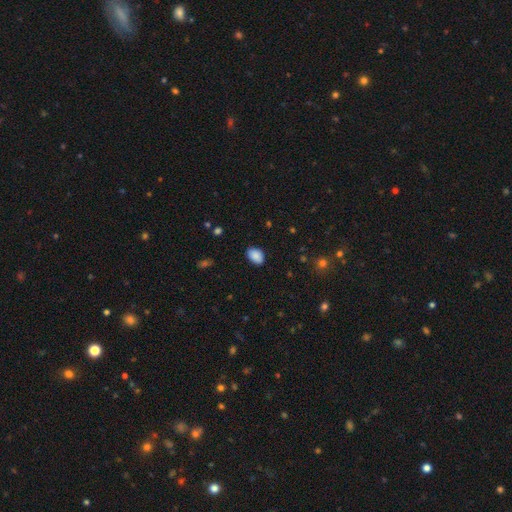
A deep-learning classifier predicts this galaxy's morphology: type=smooth (89%); roundness=in between (84%); merging=none (86%).